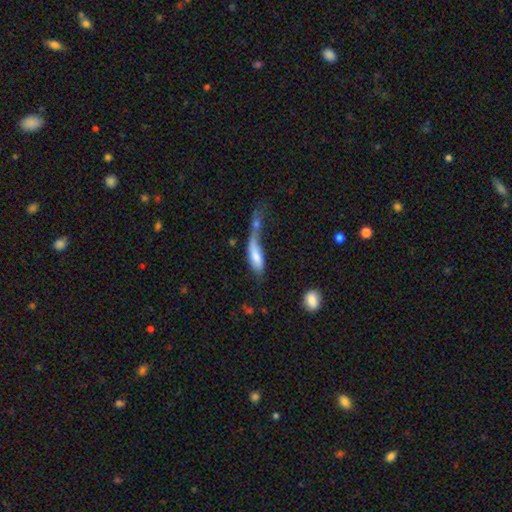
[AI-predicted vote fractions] Smooth or featured? smooth (66%)
How rounded? in between (59%)
Merging? merger (42%)